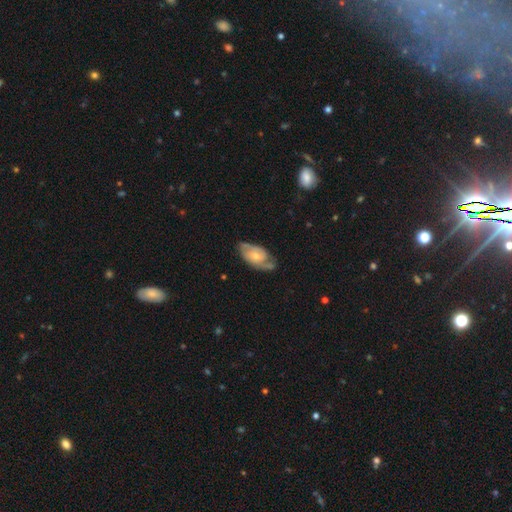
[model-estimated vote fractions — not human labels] Smooth or featured? Predicted: featured or disk (p=0.72). Edge-on disk? Predicted: no (p=0.94). Bar? Predicted: no (p=0.63). Spiral arms? Predicted: yes (p=0.88). Spiral winding? Predicted: medium (p=0.44). Spiral arm count? Predicted: 2 (p=0.69). Bulge size? Predicted: moderate (p=0.48). Merging? Predicted: none (p=0.61).